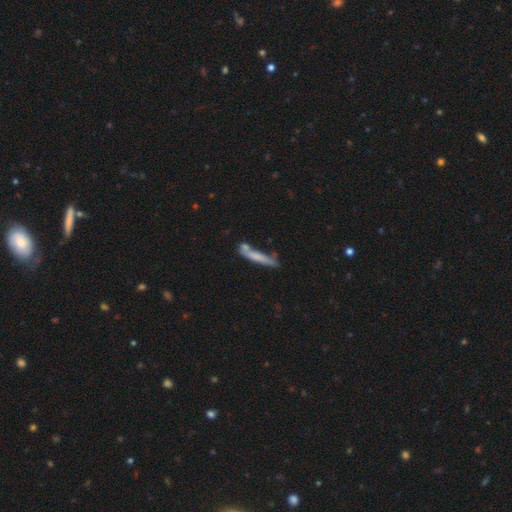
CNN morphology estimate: A smooth galaxy with no disk features (64%) that is cigar-shaped (92%).

Vote fractions:
- Smooth or featured? smooth: 64% / featured or disk: 28% / star or artifact: 8%
- How rounded? cigar-shaped: 92% / in between: 6% / round: 2%
- Merging? none: 58% / minor disturbance: 19% / merger: 16% / major disturbance: 7%